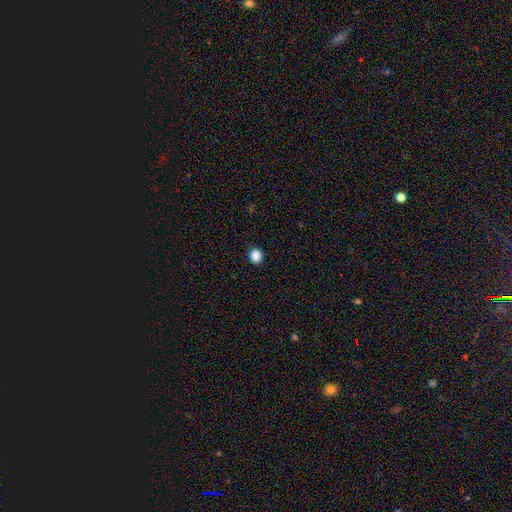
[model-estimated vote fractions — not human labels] Smooth or featured? smooth (87%)
How rounded? round (77%)
Merging? none (87%)